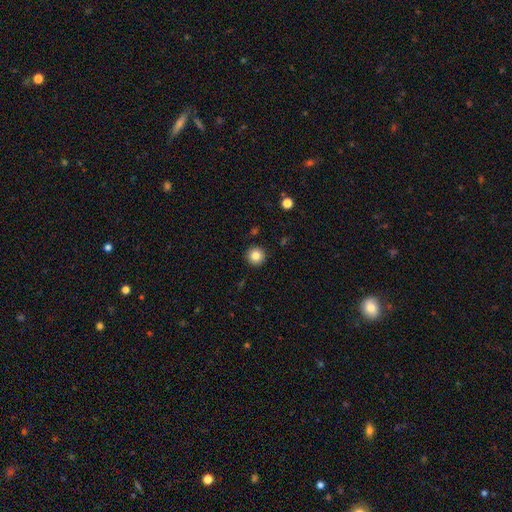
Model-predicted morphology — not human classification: This appears to be a smooth galaxy with no disk features (84%) that is round (96%). Merging: none (93%).